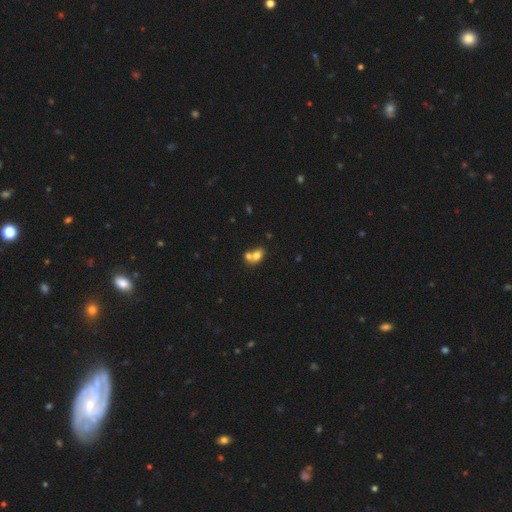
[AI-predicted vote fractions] The model was most divided on "how rounded": in between: 60%, round: 38%, cigar-shaped: 1%. More confident: smooth or featured — smooth (72%); merging — merger (62%).